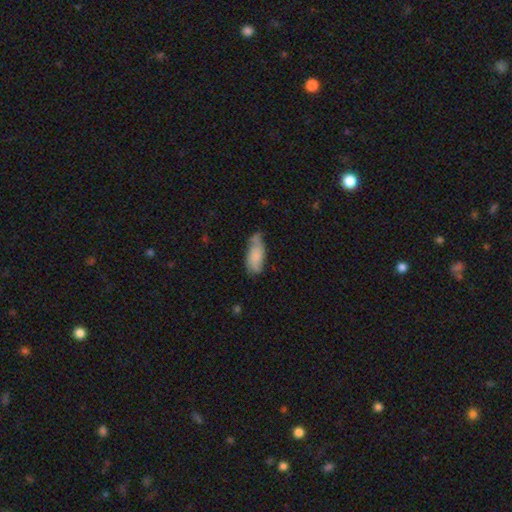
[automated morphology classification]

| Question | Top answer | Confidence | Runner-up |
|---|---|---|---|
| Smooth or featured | smooth | 76% | featured or disk (17%) |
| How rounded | in between | 80% | cigar-shaped (18%) |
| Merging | none | 47% | minor disturbance (37%) |